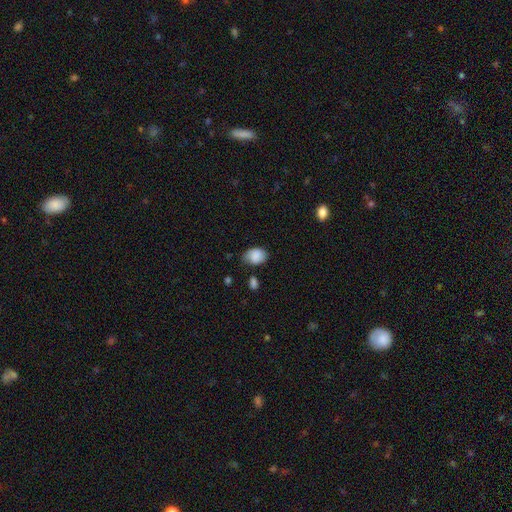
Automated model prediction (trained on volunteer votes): Overall: smooth (84%). How rounded: in between (70%). Merging: none (59%; minor disturbance 31%).